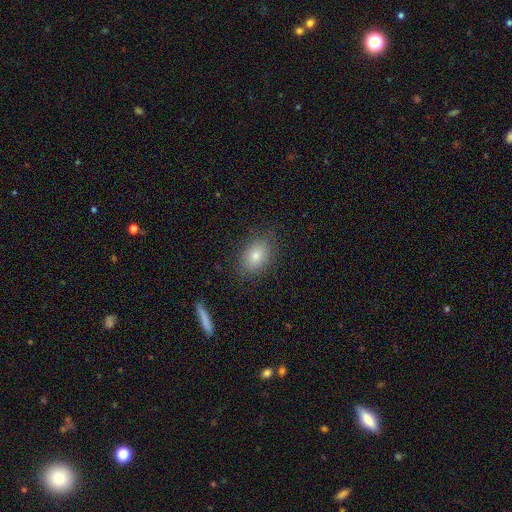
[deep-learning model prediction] Smooth or featured: smooth — 78% (featured or disk — 12%)
How rounded: in between — 76% (round — 22%)
Merging: none — 84% (minor disturbance — 12%)